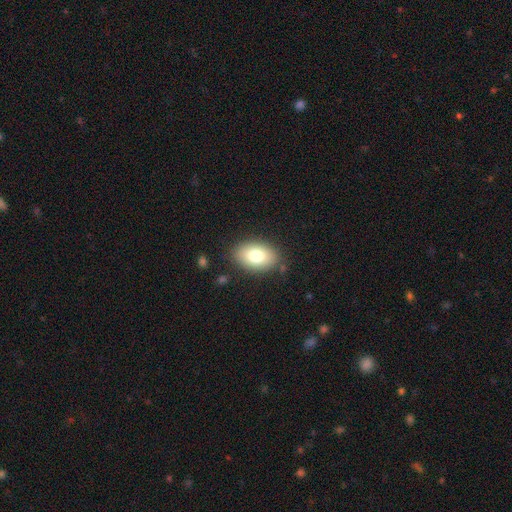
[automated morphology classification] smooth_or_featured: smooth (p=0.78) [alt: featured or disk p=0.14]
how_rounded: in between (p=0.89) [alt: round p=0.10]
merging: none (p=0.84) [alt: minor disturbance p=0.11]